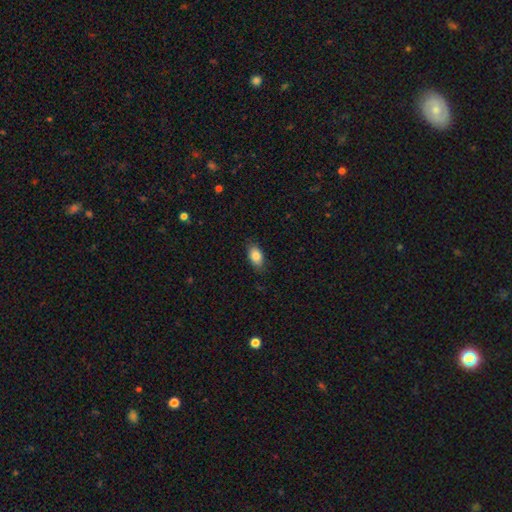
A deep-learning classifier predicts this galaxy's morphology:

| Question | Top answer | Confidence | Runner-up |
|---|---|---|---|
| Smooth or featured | smooth | 87% | star or artifact (7%) |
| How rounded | in between | 90% | round (8%) |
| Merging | none | 82% | minor disturbance (14%) |